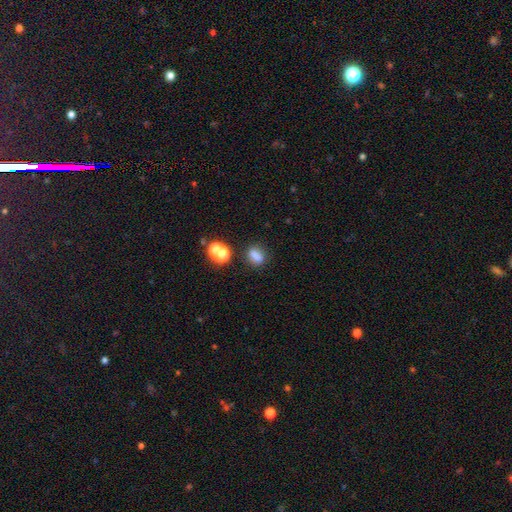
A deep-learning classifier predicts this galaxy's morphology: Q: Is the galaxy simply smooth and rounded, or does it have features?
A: smooth — 74%.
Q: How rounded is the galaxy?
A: in between — 59%.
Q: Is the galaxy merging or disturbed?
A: none — 62%.